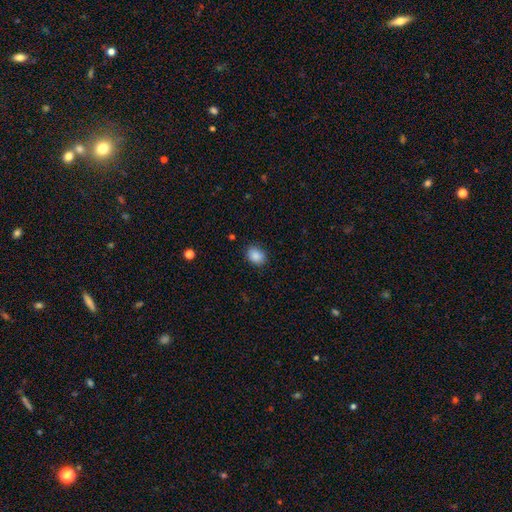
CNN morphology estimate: Smooth or featured?
  - smooth: 88% *
  - star or artifact: 8%
  - featured or disk: 3%
How rounded?
  - in between: 59% *
  - round: 40%
  - cigar-shaped: 1%
Merging?
  - none: 85% *
  - minor disturbance: 11%
  - major disturbance: 3%
  - merger: 1%